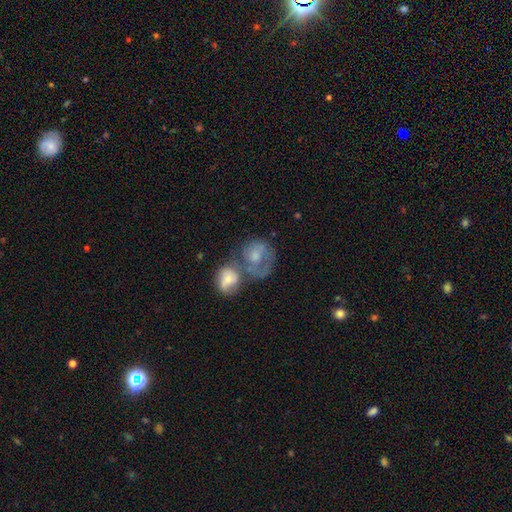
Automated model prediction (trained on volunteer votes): A smooth galaxy with no disk features (51%) that is round (65%). Merging: merger (51%).